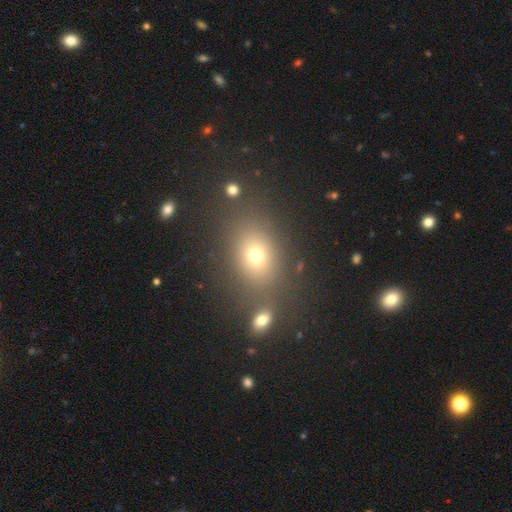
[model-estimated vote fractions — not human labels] smooth-or-featured: smooth: 70% | star or artifact: 18% | featured or disk: 11%
  how-rounded: in between: 60% | round: 38% | cigar-shaped: 2%
  merging: none: 76% | merger: 10% | minor disturbance: 10% | major disturbance: 5%